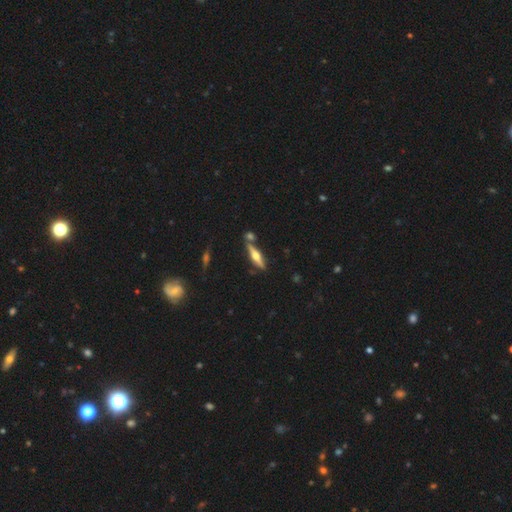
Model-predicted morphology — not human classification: Overall: featured or disk (66%; smooth 28%). Edge-on disk: yes (96%). Edge-on bulge: rounded (92%). Merging: none (74%).